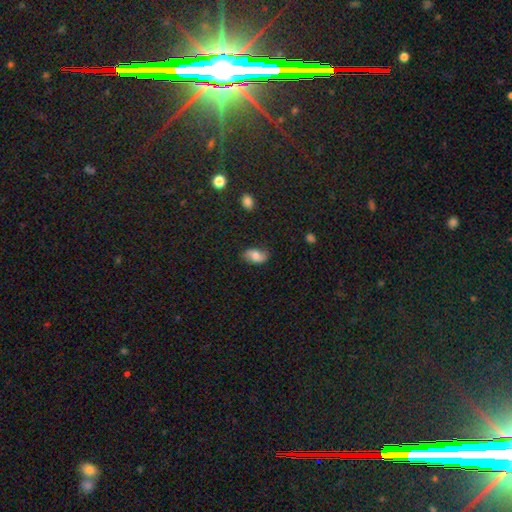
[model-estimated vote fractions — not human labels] smooth 66%, featured or disk 25%, star or artifact 8%. Down the decision tree: how rounded — in between (90%); merging — none (78%).